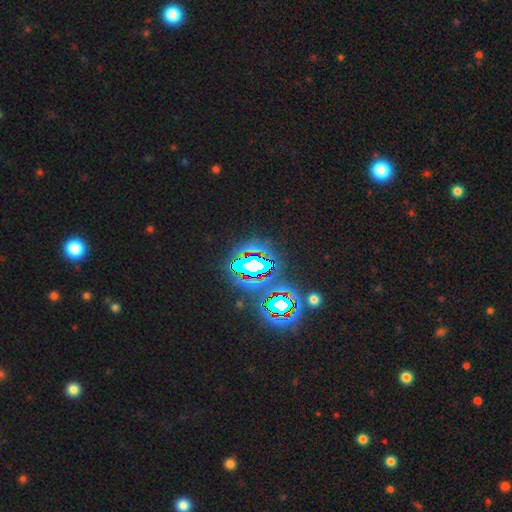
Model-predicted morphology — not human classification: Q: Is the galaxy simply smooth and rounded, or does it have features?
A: star or artifact — 82%.